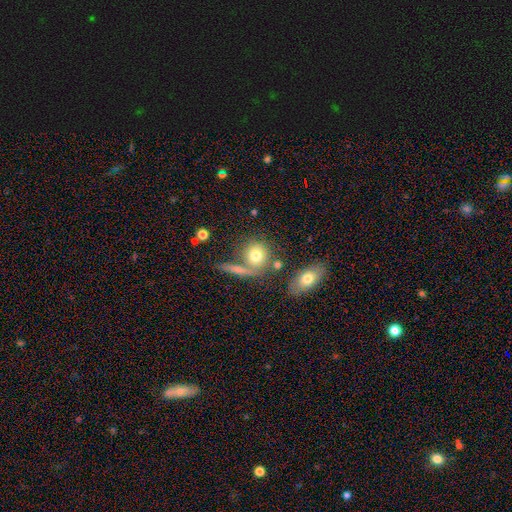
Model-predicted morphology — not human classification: Smooth or featured? smooth (73%)
How rounded? round (76%)
Merging? none (55%)